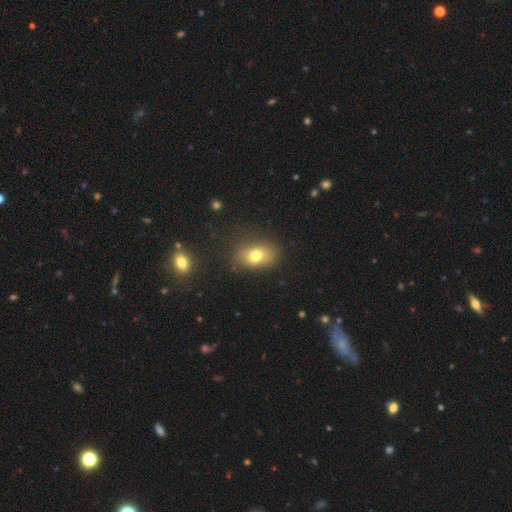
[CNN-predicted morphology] smooth_or_featured: smooth (p=0.75) [alt: featured or disk p=0.13]
how_rounded: in between (p=0.78) [alt: round p=0.20]
merging: none (p=0.74) [alt: minor disturbance p=0.17]